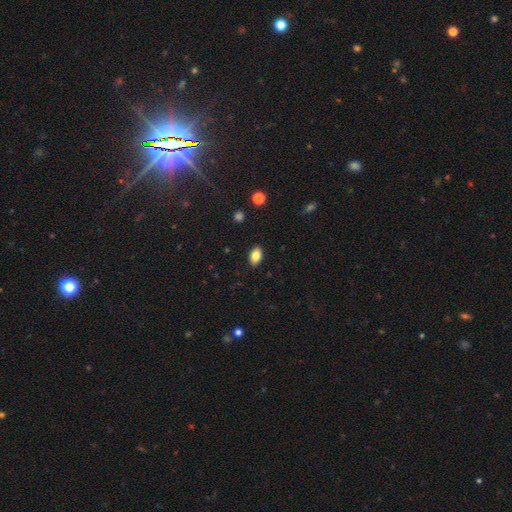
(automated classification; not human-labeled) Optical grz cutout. It shows a smooth galaxy with no disk features (84%) that is in between round and cigar-shaped (89%). Merging: none (89%).